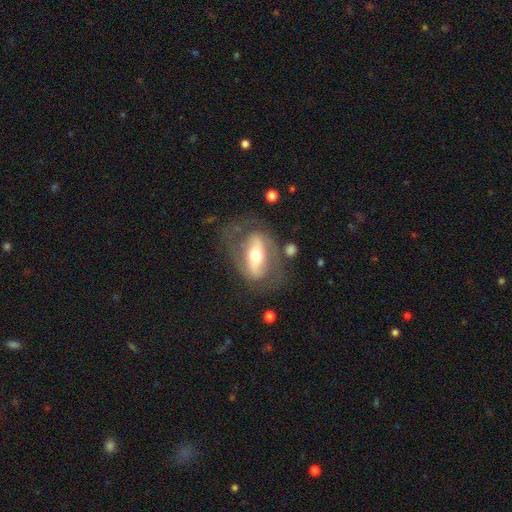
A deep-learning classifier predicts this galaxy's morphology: This appears to be a featured or disk galaxy (70%) with a strong bar (59%), spiral arms (50%, tied with no) and a moderate central bulge (65%). Merging: none (61%).